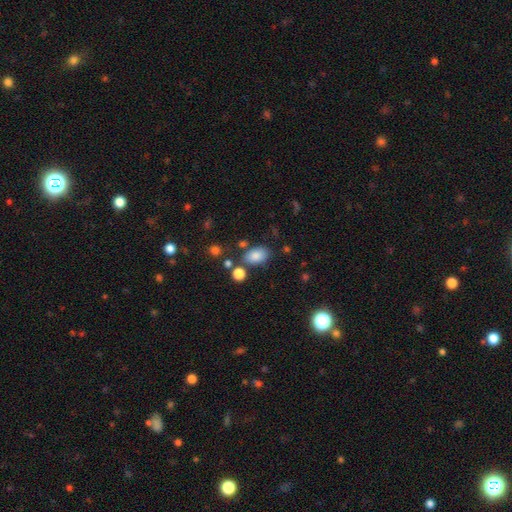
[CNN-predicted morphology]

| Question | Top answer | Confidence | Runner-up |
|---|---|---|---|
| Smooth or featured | smooth | 83% | star or artifact (10%) |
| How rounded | in between | 88% | round (11%) |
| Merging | none | 74% | minor disturbance (14%) |